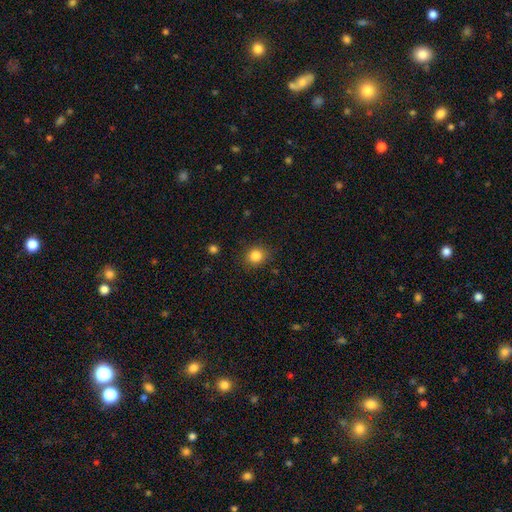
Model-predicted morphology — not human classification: Smooth or featured? smooth (84%)
How rounded? round (79%)
Merging? none (87%)